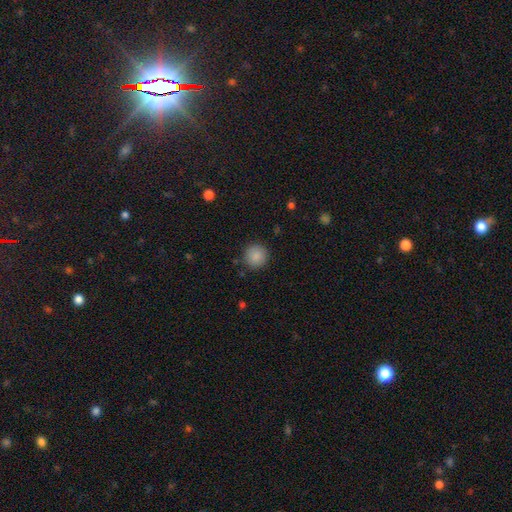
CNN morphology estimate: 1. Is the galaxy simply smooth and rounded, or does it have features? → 88% smooth, 8% star or artifact, 4% featured or disk.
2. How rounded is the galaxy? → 94% round, 5% in between, 1% cigar-shaped.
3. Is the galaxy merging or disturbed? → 89% none, 8% minor disturbance, 2% major disturbance, 1% merger.